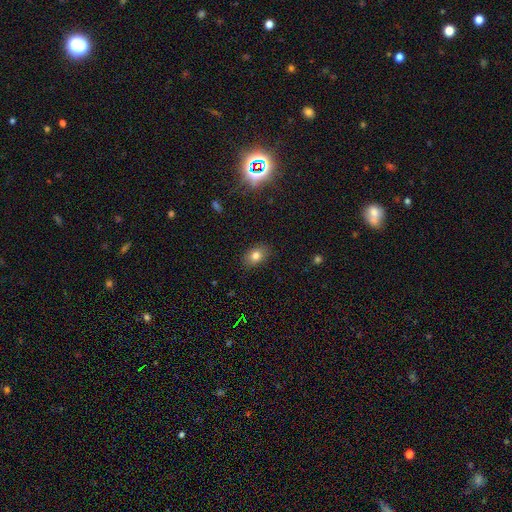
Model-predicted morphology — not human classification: Q: Smooth or featured?
A: smooth (78%); runner-up: star or artifact (12%)
Q: How rounded?
A: in between (77%); runner-up: round (22%)
Q: Merging?
A: none (87%); runner-up: minor disturbance (10%)